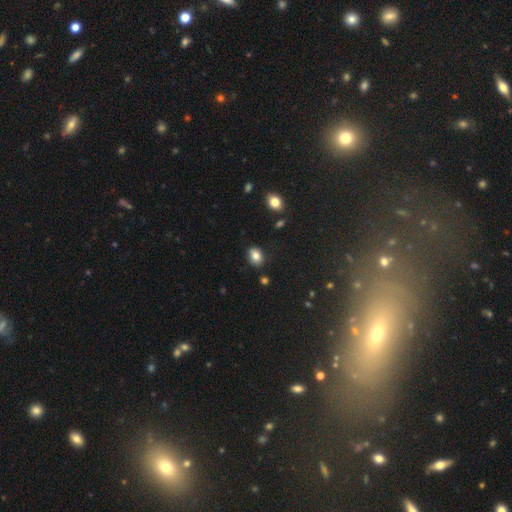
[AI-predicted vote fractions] This appears to be a smooth galaxy with no disk features (82%) that is in between round and cigar-shaped (64%). Merging: none (85%).